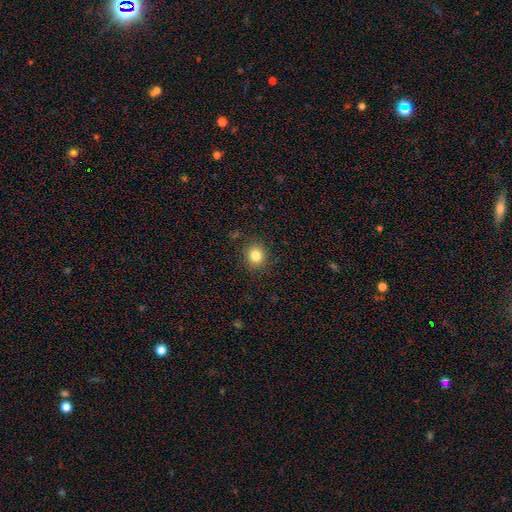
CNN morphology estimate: Smooth or featured? smooth (83%)
How rounded? round (80%)
Merging? none (88%)